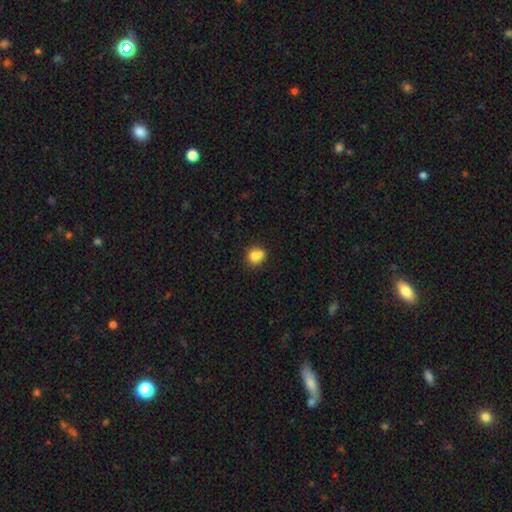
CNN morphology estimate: The model was most divided on "merging": none: 44%, merger: 37%, minor disturbance: 14%, major disturbance: 5%. More confident: smooth or featured — smooth (76%); how rounded — round (74%).